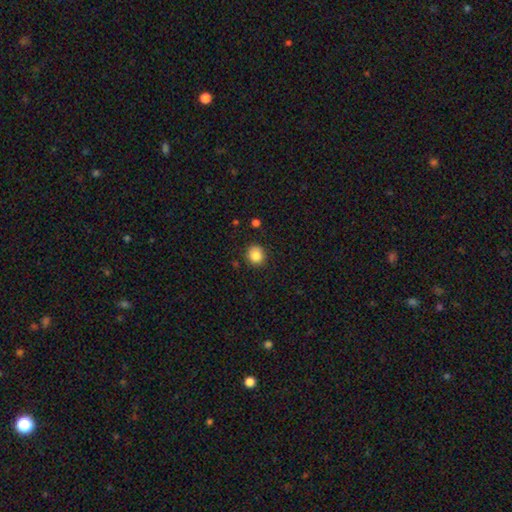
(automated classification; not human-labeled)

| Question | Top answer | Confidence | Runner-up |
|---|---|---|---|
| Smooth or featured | smooth | 84% | star or artifact (10%) |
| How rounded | round | 87% | in between (12%) |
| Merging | none | 85% | minor disturbance (11%) |